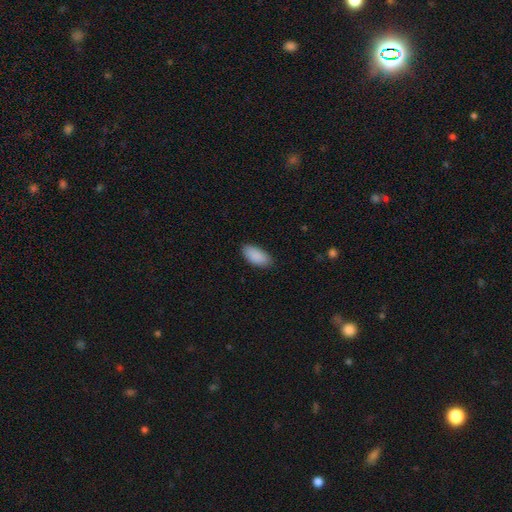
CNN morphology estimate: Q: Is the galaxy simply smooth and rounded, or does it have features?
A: smooth — 91%.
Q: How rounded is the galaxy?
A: in between — 92%.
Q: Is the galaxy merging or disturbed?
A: none — 86%.